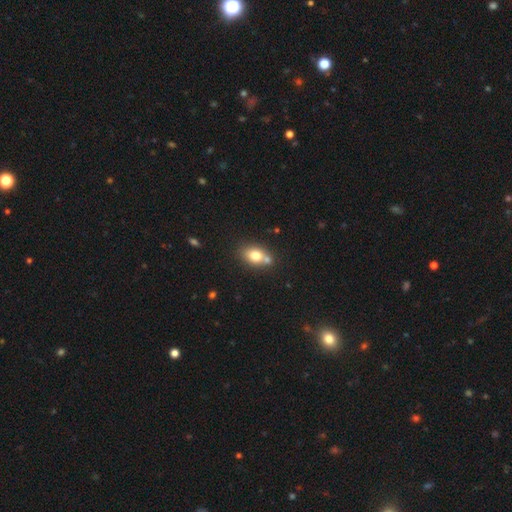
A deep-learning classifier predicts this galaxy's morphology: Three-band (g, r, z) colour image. It shows a smooth galaxy with no disk features (75%) that is in between round and cigar-shaped (70%). Merging: none (55%).